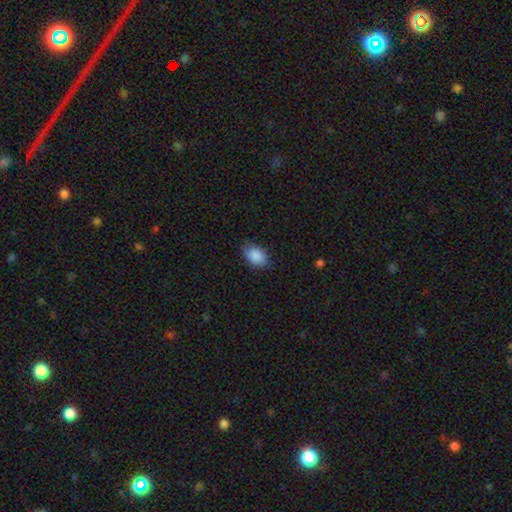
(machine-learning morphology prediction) A smooth galaxy with no disk features (89%) that is in between round and cigar-shaped (86%).

Vote fractions:
- Smooth or featured? smooth: 89% / star or artifact: 7% / featured or disk: 4%
- How rounded? in between: 86% / round: 12% / cigar-shaped: 1%
- Merging? none: 79% / minor disturbance: 17% / major disturbance: 3% / merger: 1%